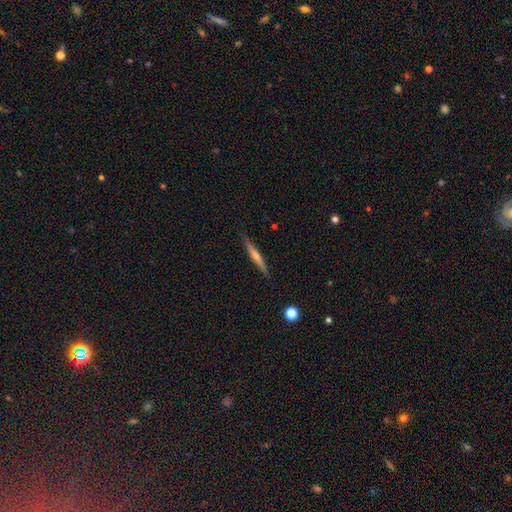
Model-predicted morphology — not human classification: Q: Smooth or featured?
A: featured or disk (68%); runner-up: smooth (25%)
Q: Edge-on disk?
A: yes (98%); runner-up: no (2%)
Q: Edge-on bulge?
A: rounded (73%); runner-up: none (21%)
Q: Merging?
A: none (91%); runner-up: minor disturbance (7%)